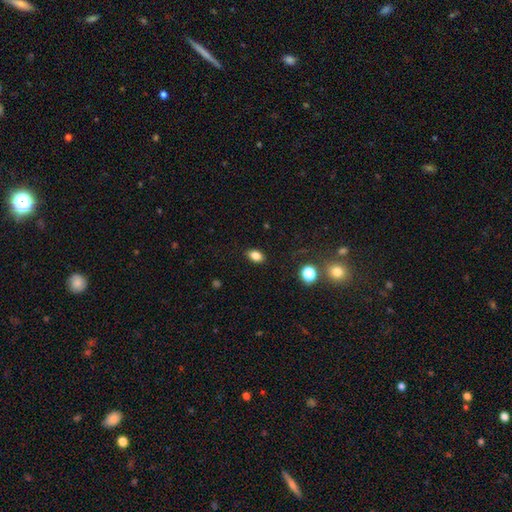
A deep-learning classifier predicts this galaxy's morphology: type=smooth (82%); roundness=in between (82%); merging=none (86%).